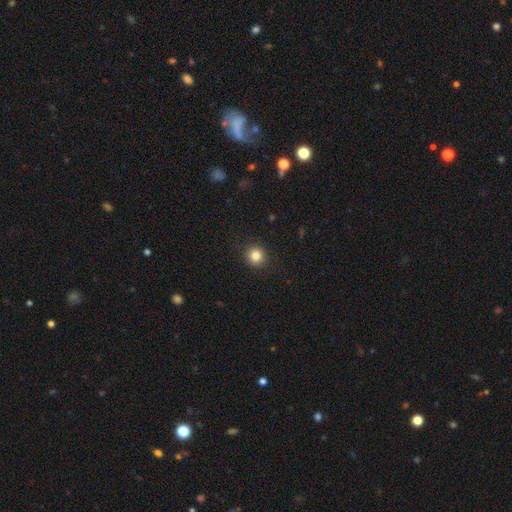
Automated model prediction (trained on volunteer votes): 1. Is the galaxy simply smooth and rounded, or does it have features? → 83% smooth, 11% star or artifact, 5% featured or disk.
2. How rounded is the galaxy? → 92% round, 7% in between, 1% cigar-shaped.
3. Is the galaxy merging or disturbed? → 92% none, 5% minor disturbance, 2% major disturbance, 1% merger.